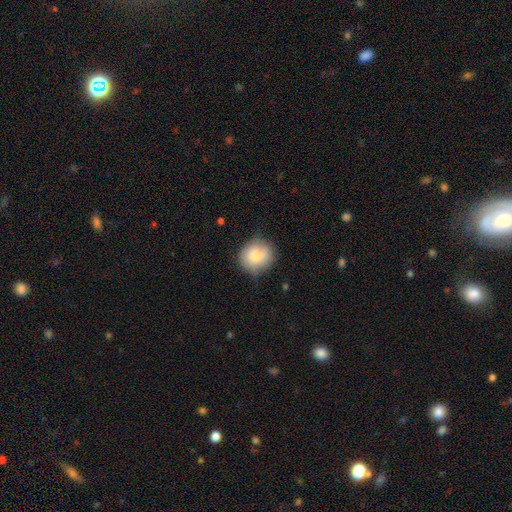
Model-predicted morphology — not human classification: Smooth or featured?
  - smooth: 81% *
  - featured or disk: 12%
  - star or artifact: 7%
How rounded?
  - round: 87% *
  - in between: 12%
  - cigar-shaped: 1%
Merging?
  - none: 72% *
  - minor disturbance: 22%
  - major disturbance: 4%
  - merger: 2%